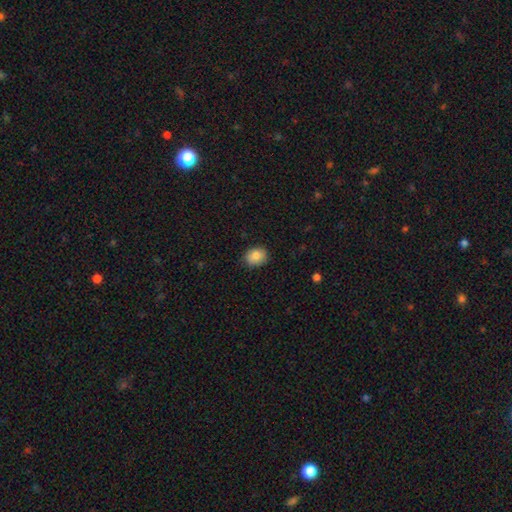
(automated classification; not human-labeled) The model was most divided on "how rounded": round: 52%, in between: 47%, cigar-shaped: 1%. More confident: smooth or featured — smooth (86%); merging — none (85%).